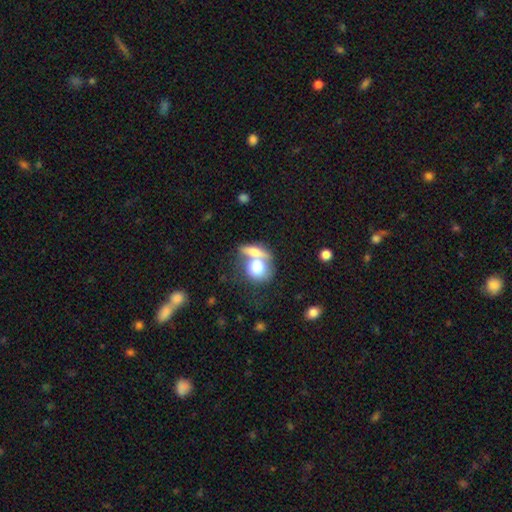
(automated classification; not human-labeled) A smooth galaxy with no disk features (70%) that is round (52%).

Vote fractions:
- Smooth or featured? smooth: 70% / featured or disk: 23% / star or artifact: 7%
- How rounded? round: 52% / in between: 39% / cigar-shaped: 9%
- Merging? merger: 59% / none: 26% / minor disturbance: 8% / major disturbance: 6%